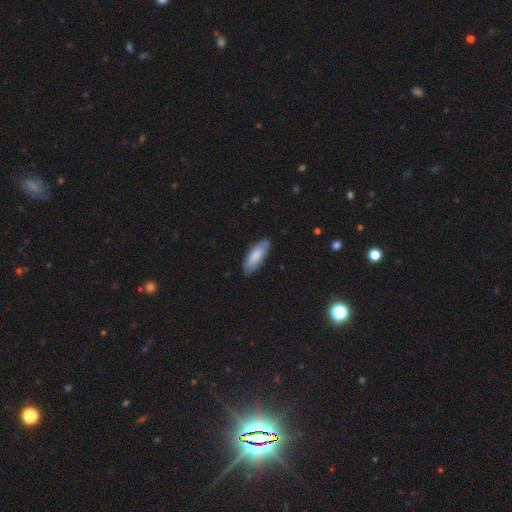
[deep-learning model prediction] smooth 79%, featured or disk 16%, star or artifact 5%. Down the decision tree: how rounded — in between (71%); merging — none (82%).